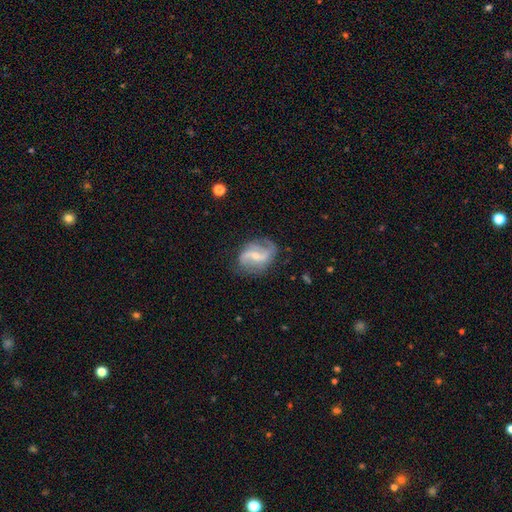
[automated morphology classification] featured or disk 85%, smooth 10%, star or artifact 6%. Down the decision tree: edge-on disk — no (97%); bar — weak (46%); spiral arms — yes (95%); spiral arm count — 2 (84%); spiral winding — loose (52%); bulge size — small (61%); merging — none (72%).